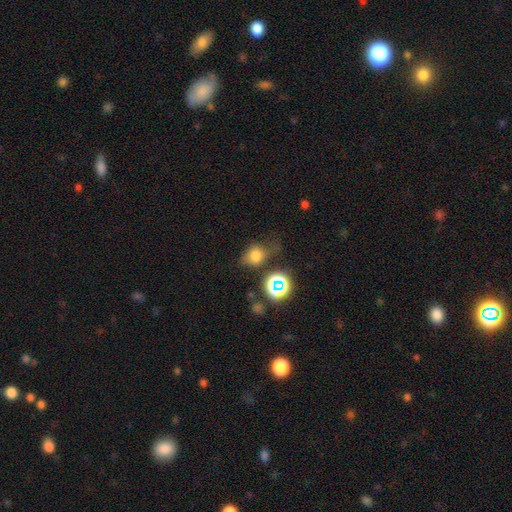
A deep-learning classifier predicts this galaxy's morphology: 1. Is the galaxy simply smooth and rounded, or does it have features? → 71% smooth, 18% star or artifact, 11% featured or disk.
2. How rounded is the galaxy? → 52% in between, 47% round, 2% cigar-shaped.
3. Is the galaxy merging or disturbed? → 53% none, 27% minor disturbance, 14% major disturbance, 6% merger.